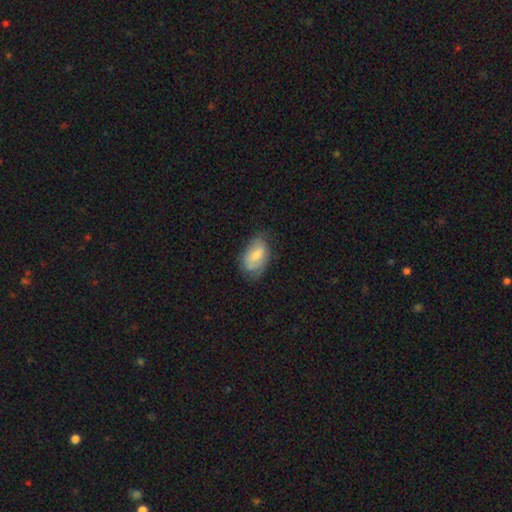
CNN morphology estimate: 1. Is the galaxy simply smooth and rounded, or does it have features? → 63% smooth, 30% featured or disk, 7% star or artifact.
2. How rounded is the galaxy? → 88% in between, 10% round, 2% cigar-shaped.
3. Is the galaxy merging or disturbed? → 59% none, 29% minor disturbance, 10% major disturbance, 2% merger.